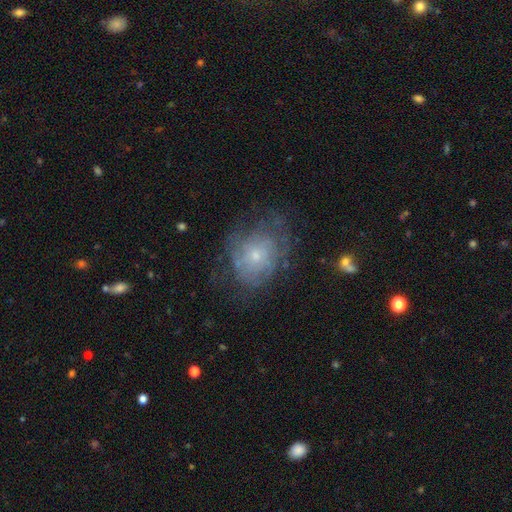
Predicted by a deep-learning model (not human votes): Overall: featured or disk (54%; smooth 35%). Edge-on disk: no (97%). Bar: no (86%). Spiral arms: yes (52%; no 48%). Bulge size: small (70%). Merging: none (52%; minor disturbance 25%).